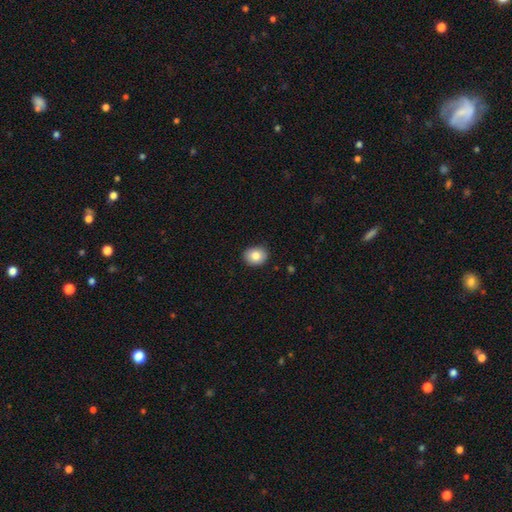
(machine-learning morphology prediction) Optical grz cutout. It shows a smooth galaxy with no disk features (83%) that is round (53%). Merging: none (89%).